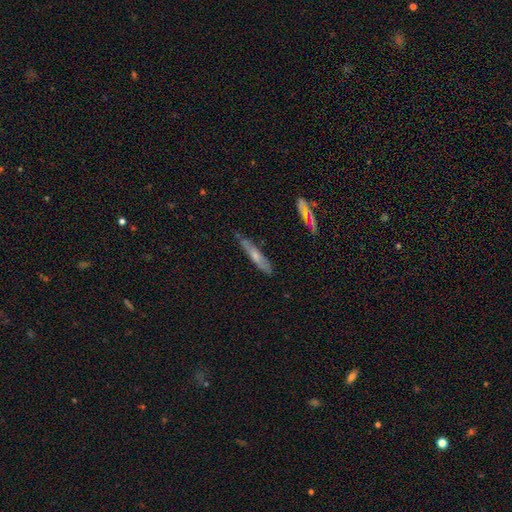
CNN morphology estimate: Smooth or featured? smooth (48%)
Merging? none (75%)